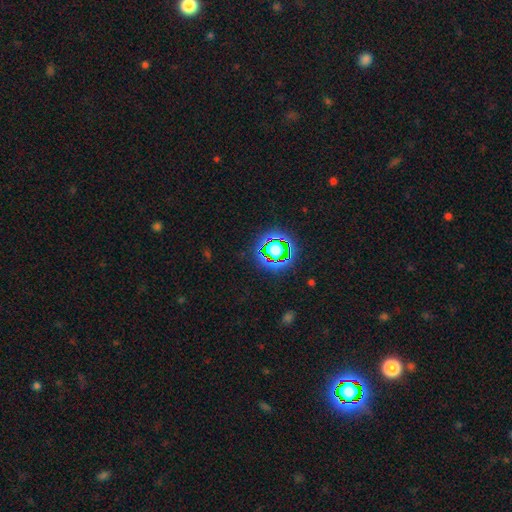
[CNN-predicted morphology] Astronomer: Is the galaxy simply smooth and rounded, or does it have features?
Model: star or artifact — 76%.